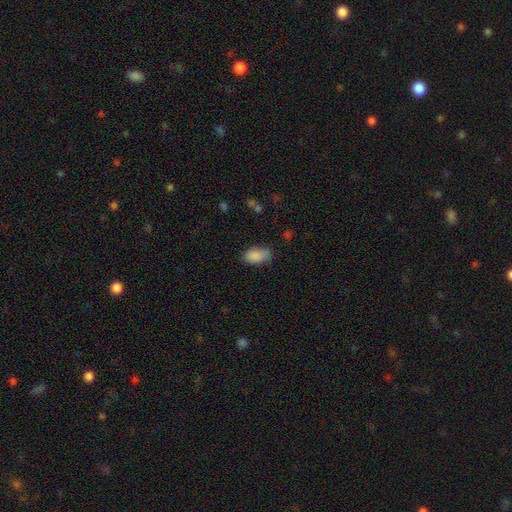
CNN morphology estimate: A smooth galaxy with no disk features (87%) that is in between round and cigar-shaped (93%).

Vote fractions:
- Smooth or featured? smooth: 87% / star or artifact: 8% / featured or disk: 5%
- How rounded? in between: 93% / round: 5% / cigar-shaped: 2%
- Merging? none: 66% / minor disturbance: 27% / major disturbance: 6% / merger: 2%